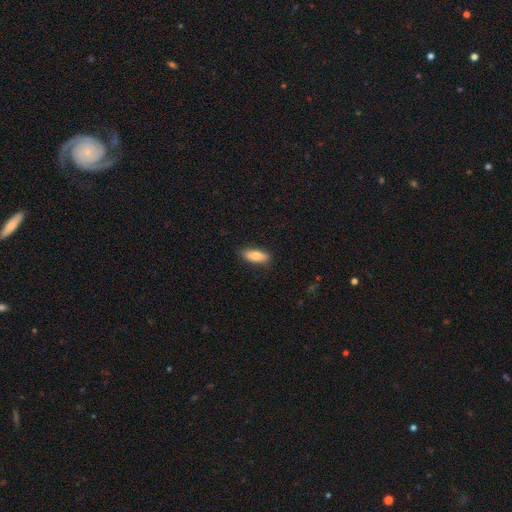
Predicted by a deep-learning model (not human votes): Smooth or featured: smooth — 78% (featured or disk — 16%)
How rounded: in between — 74% (cigar-shaped — 23%)
Merging: none — 87% (minor disturbance — 10%)